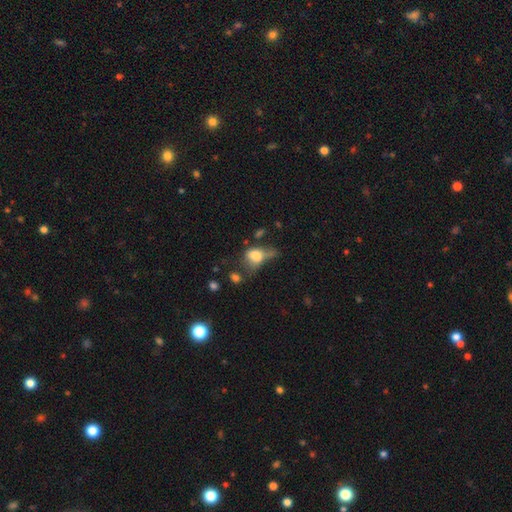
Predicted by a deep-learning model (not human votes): Morphology: type=smooth (68%); roundness=in between (72%); merging=major disturbance (43%).